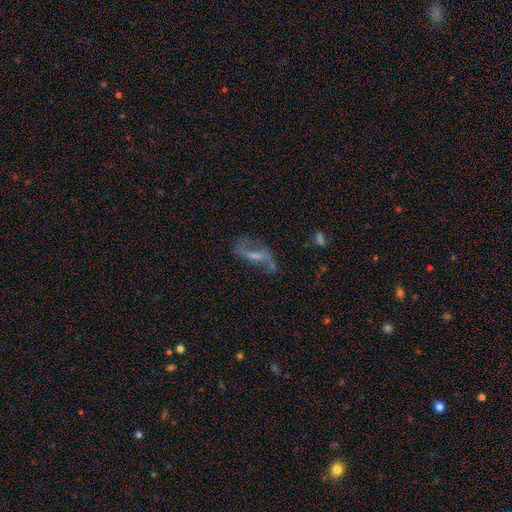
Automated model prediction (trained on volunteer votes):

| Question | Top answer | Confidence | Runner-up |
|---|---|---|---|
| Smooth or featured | featured or disk | 73% | smooth (16%) |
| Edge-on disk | no | 91% | yes (9%) |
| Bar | weak | 45% | strong (27%) |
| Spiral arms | yes | 83% | no (17%) |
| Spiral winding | loose | 76% | medium (19%) |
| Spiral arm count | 2 | 84% | can't tell (6%) |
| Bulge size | small | 45% | moderate (27%) |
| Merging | none | 55% | major disturbance (21%) |